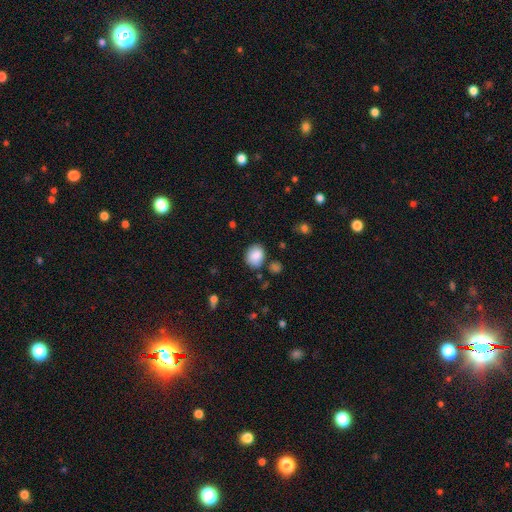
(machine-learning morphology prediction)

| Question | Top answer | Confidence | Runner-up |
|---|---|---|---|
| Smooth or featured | smooth | 87% | star or artifact (8%) |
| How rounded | round | 50% | in between (49%) |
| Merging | none | 78% | minor disturbance (14%) |